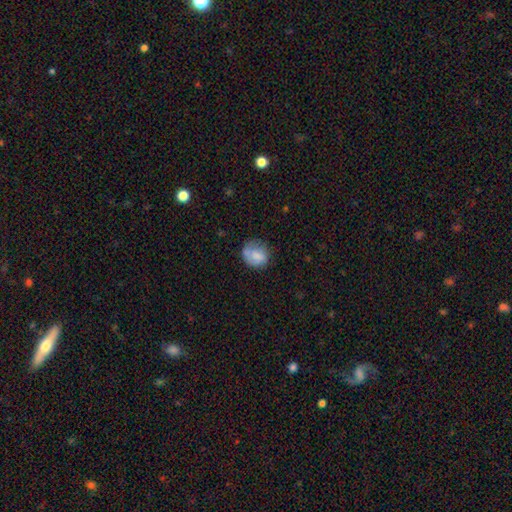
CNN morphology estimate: Smooth or featured?
  - smooth: 75% *
  - featured or disk: 17%
  - star or artifact: 8%
How rounded?
  - round: 75% *
  - in between: 24%
  - cigar-shaped: 1%
Merging?
  - none: 60% *
  - minor disturbance: 26%
  - major disturbance: 10%
  - merger: 3%